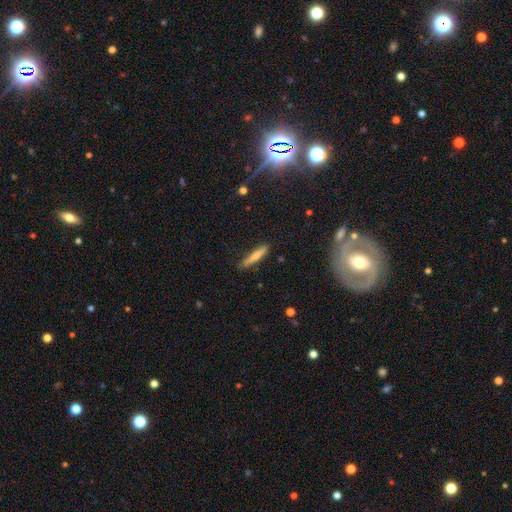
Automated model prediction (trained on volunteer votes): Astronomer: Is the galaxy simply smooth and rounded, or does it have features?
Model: smooth — 71%.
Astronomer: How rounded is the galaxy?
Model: cigar-shaped — 91%.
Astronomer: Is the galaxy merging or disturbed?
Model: none — 85%.